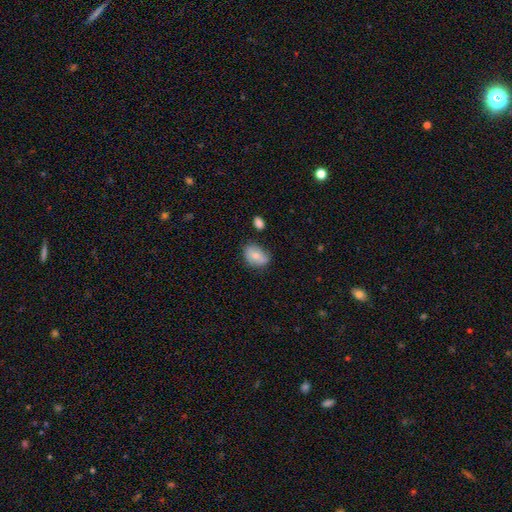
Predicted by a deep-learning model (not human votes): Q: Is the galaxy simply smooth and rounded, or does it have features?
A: smooth — 69%.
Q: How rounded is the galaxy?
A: in between — 81%.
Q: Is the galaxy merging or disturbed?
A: none — 60%.